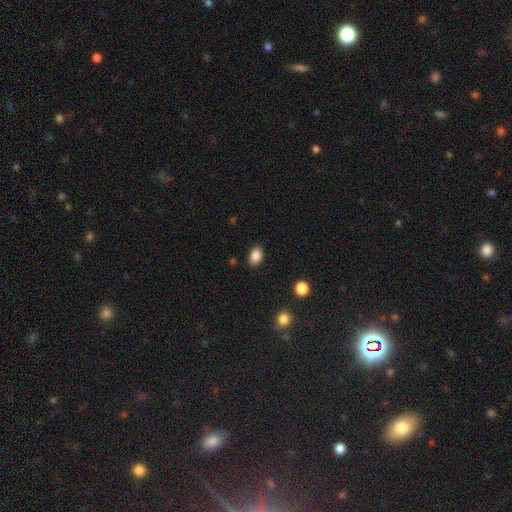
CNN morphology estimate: A smooth galaxy with no disk features (87%) that is in between round and cigar-shaped (80%). Merging: none (88%).